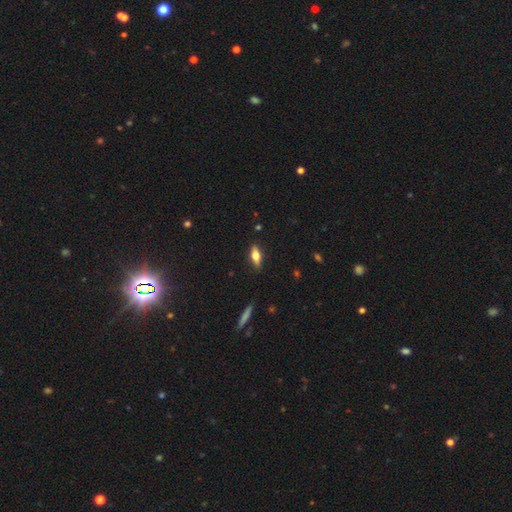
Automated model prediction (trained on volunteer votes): Smooth or featured? smooth (54%)
How rounded? in between (63%)
Merging? none (87%)